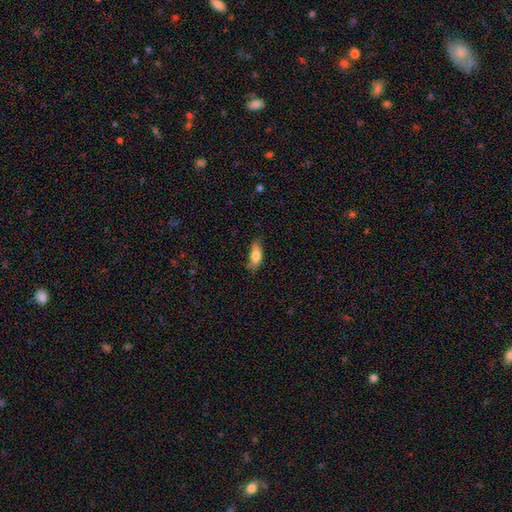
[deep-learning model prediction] Smooth or featured? smooth (78%)
How rounded? in between (73%)
Merging? none (68%)